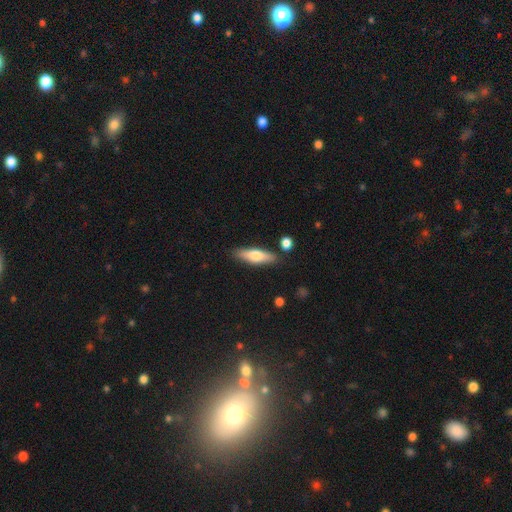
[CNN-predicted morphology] Smooth or featured? Predicted: smooth (p=0.61). How rounded? Predicted: cigar-shaped (p=0.57). Merging? Predicted: none (p=0.83).